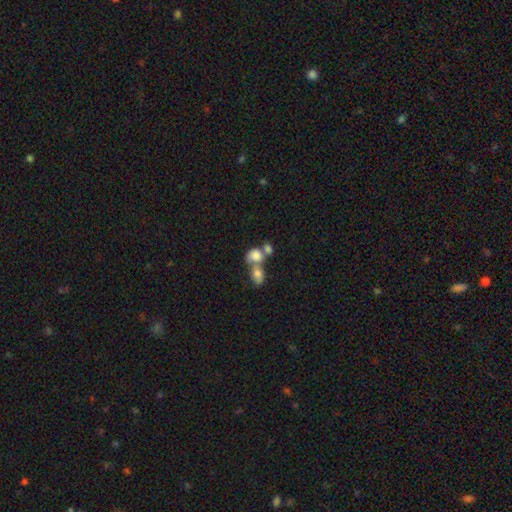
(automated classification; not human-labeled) smooth 75%, featured or disk 15%, star or artifact 10%. Down the decision tree: how rounded — in between (55%); merging — merger (67%).